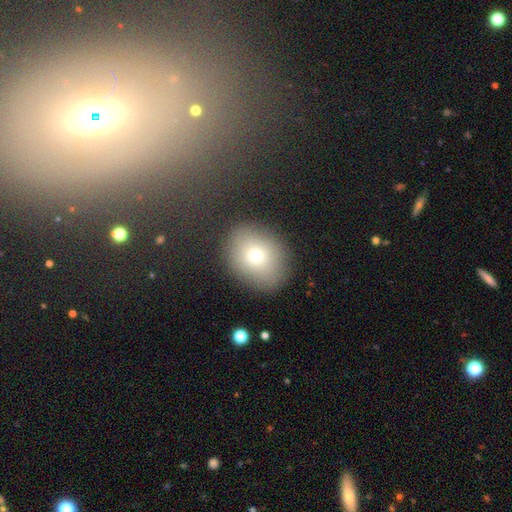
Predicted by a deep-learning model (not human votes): Smooth or featured? smooth (75%)
How rounded? round (56%)
Merging? none (83%)